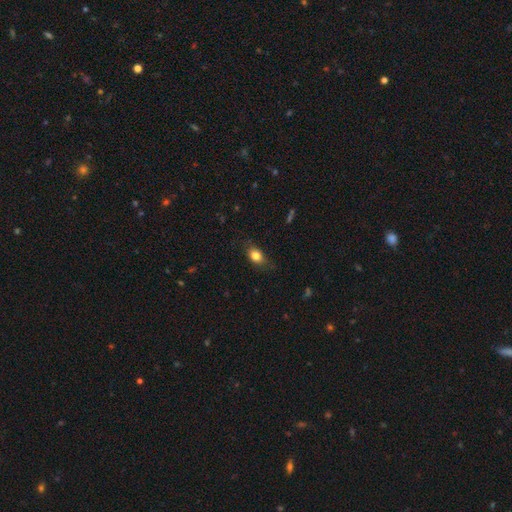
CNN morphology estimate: The model was most divided on "merging": none: 72%, minor disturbance: 22%, major disturbance: 6%, merger: 1%. More confident: smooth or featured — smooth (81%); how rounded — in between (73%).